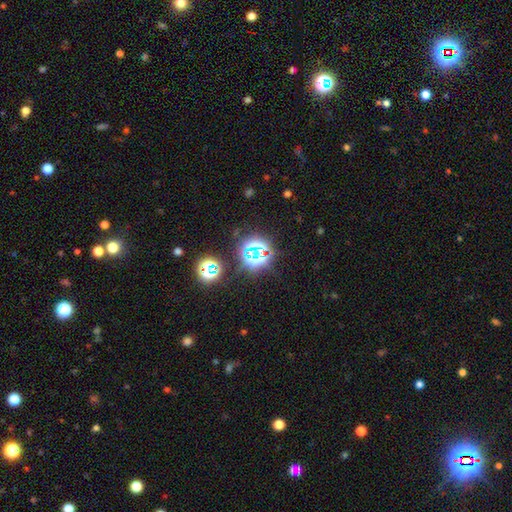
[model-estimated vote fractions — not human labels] star or artifact 76%, smooth 16%, featured or disk 8%.